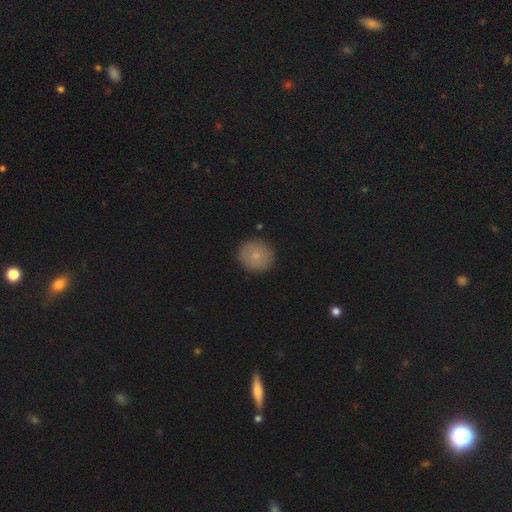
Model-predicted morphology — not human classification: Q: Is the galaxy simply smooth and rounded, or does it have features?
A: smooth — 75%.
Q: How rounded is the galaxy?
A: round — 91%.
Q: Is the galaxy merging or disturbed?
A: none — 89%.